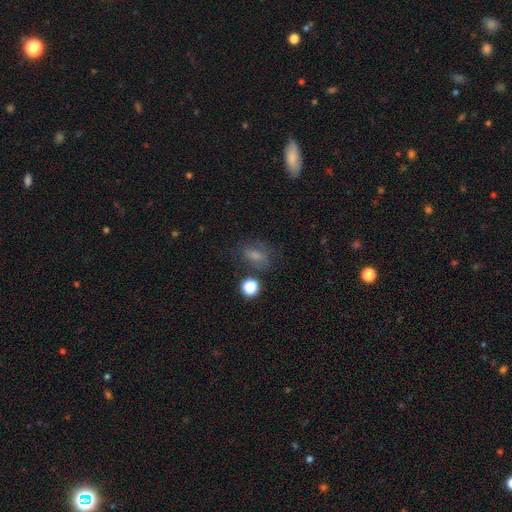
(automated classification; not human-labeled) Overall: smooth (59%; featured or disk 21%). How rounded: in between (67%; round 29%). Merging: none (61%).